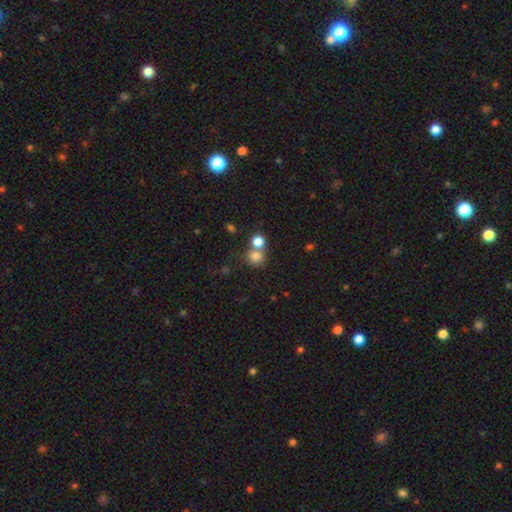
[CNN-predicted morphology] Overall: smooth (79%). How rounded: round (85%). Merging: none (52%; merger 36%).